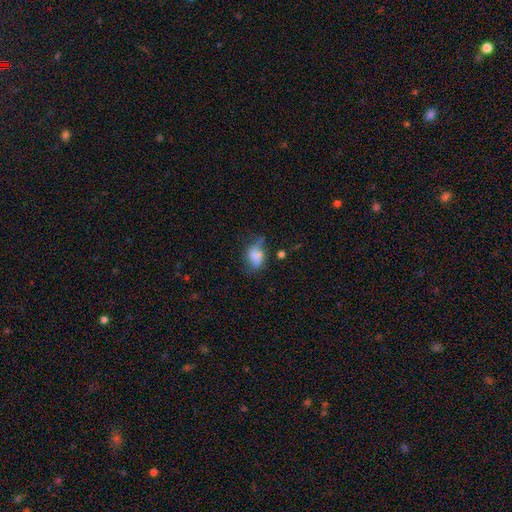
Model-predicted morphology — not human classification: Smooth or featured: smooth — 68% (featured or disk — 21%)
How rounded: in between — 74% (round — 24%)
Merging: none — 37% (minor disturbance — 35%)